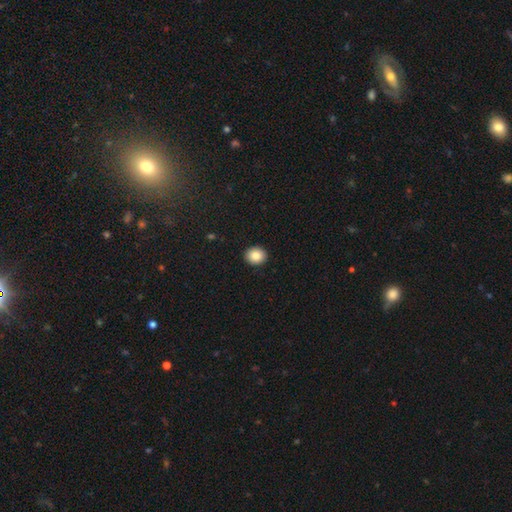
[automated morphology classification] This appears to be a smooth galaxy with no disk features (85%) that is round (73%). Merging: none (92%).